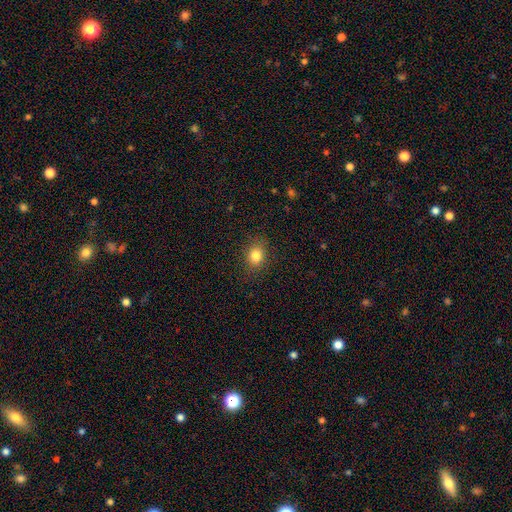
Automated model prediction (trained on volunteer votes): Smooth or featured: smooth — 82% (star or artifact — 11%)
How rounded: round — 53% (in between — 46%)
Merging: none — 86% (minor disturbance — 10%)